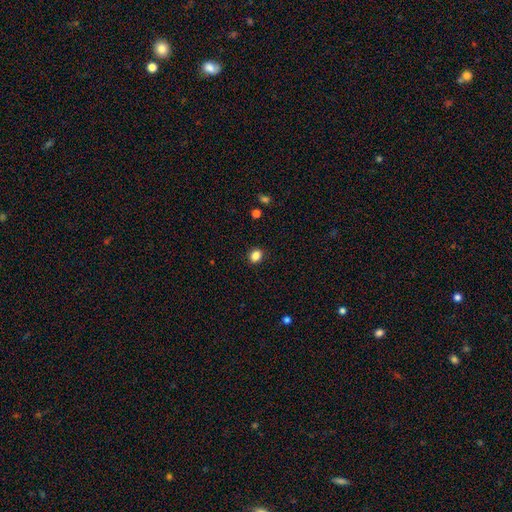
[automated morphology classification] This is clearly a smooth galaxy (85%). How rounded: possibly round (57%). Merging: clearly none (90%).